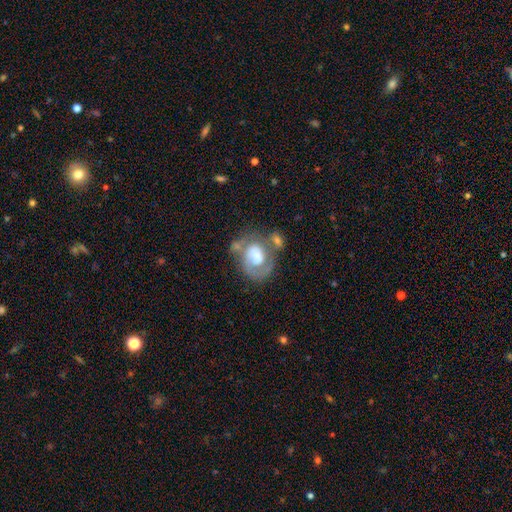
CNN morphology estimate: This appears to be a featured or disk galaxy (65%) with no bar (70%), spiral arms (68%) and a large central bulge (36%). Merging: none (35%).